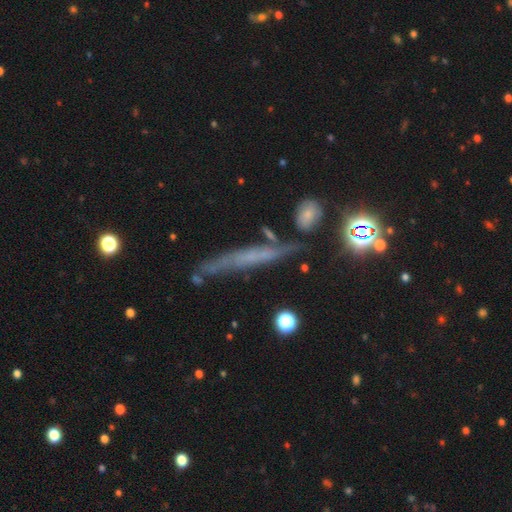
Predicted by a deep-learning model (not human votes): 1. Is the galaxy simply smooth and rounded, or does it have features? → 48% featured or disk, 39% smooth, 13% star or artifact.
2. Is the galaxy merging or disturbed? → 64% none, 21% minor disturbance, 8% merger, 7% major disturbance.